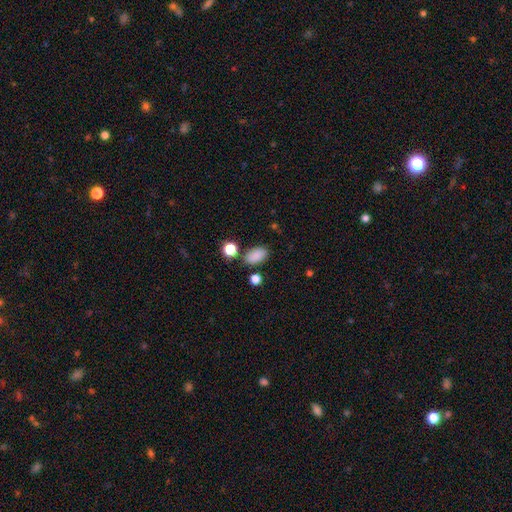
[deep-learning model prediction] Morphology: type=smooth (86%); roundness=in between (90%); merging=none (78%).